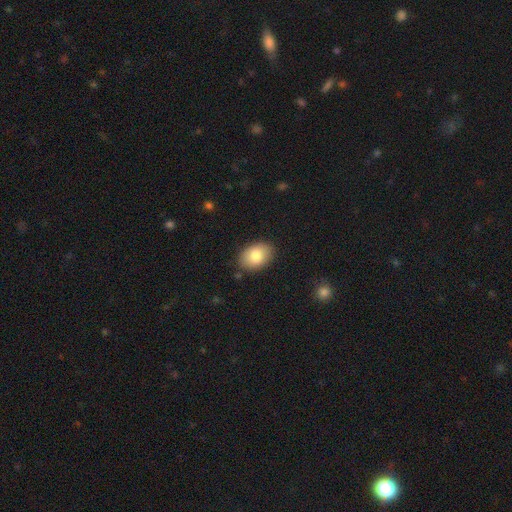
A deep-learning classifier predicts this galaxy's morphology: This is clearly a smooth galaxy (83%). How rounded: clearly in between (85%). Merging: clearly none (86%).